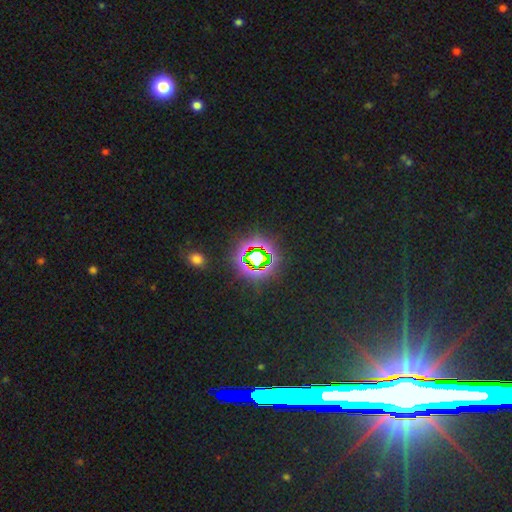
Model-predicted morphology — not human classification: This appears to be a star or artifact, not a galaxy (75%).